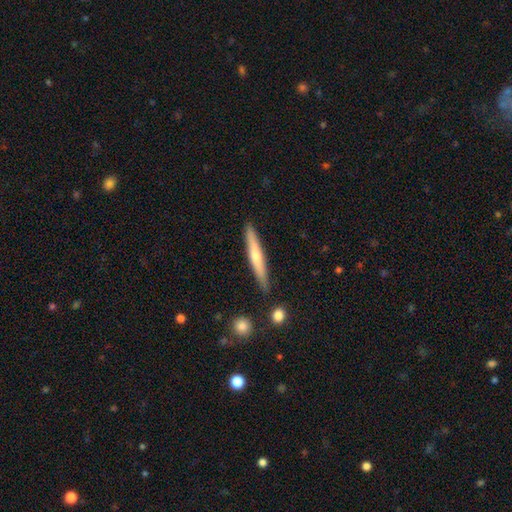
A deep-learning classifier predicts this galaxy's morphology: Q: Smooth or featured?
A: featured or disk (57%); runner-up: smooth (36%)
Q: Edge-on disk?
A: yes (96%); runner-up: no (4%)
Q: Edge-on bulge?
A: rounded (70%); runner-up: none (25%)
Q: Merging?
A: none (88%); runner-up: minor disturbance (8%)